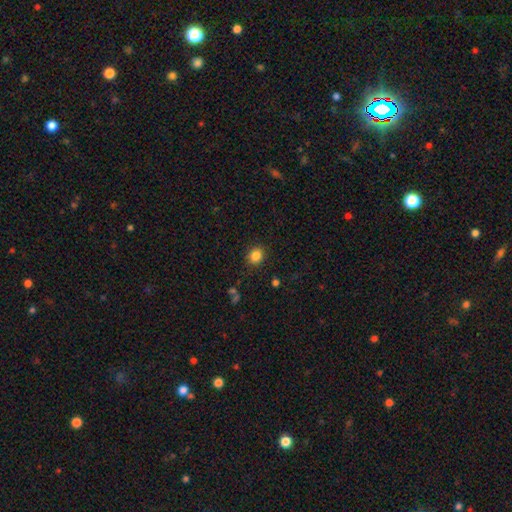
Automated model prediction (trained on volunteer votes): smooth 84%, star or artifact 11%, featured or disk 5%. Down the decision tree: how rounded — round (69%); merging — none (87%).